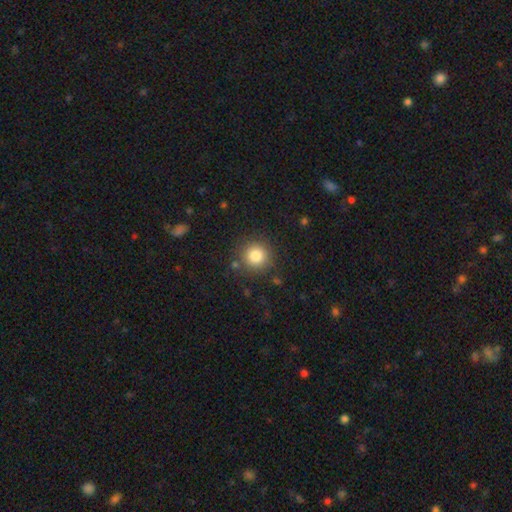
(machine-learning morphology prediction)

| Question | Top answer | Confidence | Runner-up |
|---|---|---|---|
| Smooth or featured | smooth | 82% | star or artifact (11%) |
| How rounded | round | 94% | in between (5%) |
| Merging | none | 86% | minor disturbance (8%) |